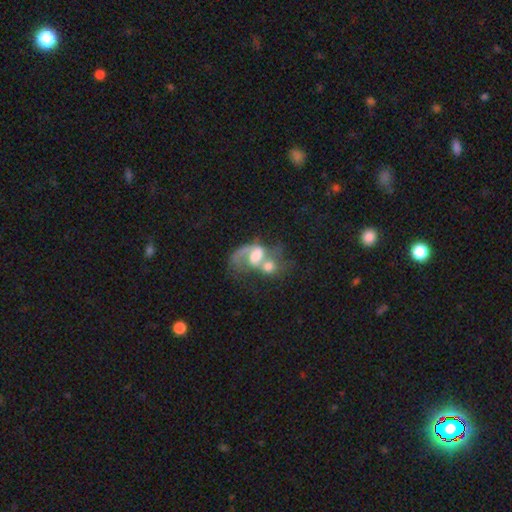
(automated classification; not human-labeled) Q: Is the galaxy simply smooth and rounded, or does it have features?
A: featured or disk — 62%.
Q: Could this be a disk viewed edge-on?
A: no — 97%.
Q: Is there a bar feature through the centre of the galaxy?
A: no — 50%.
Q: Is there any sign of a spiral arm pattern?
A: yes — 75%.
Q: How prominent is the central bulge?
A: moderate — 43%.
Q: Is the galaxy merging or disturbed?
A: merger — 76%.